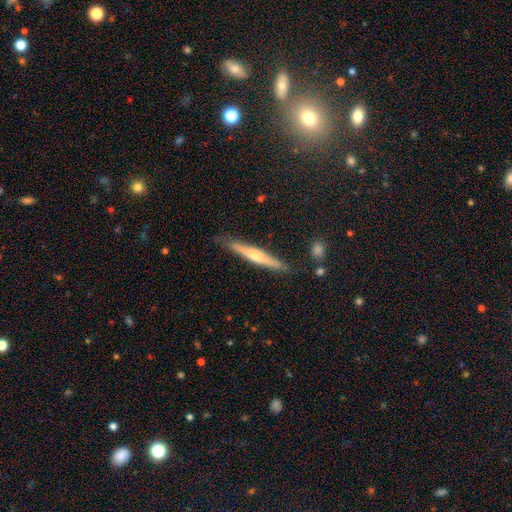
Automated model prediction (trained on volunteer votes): Smooth or featured? Predicted: featured or disk (p=0.57). Edge-on disk? Predicted: yes (p=0.95). Edge-on bulge? Predicted: rounded (p=0.77). Merging? Predicted: none (p=0.85).